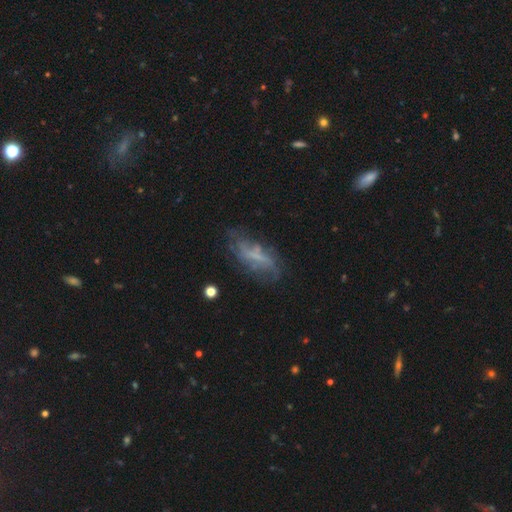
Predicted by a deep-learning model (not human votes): This is possibly a featured or disk galaxy (56%). It is clearly not viewed edge-on (85%). Merging: possibly none (53%).